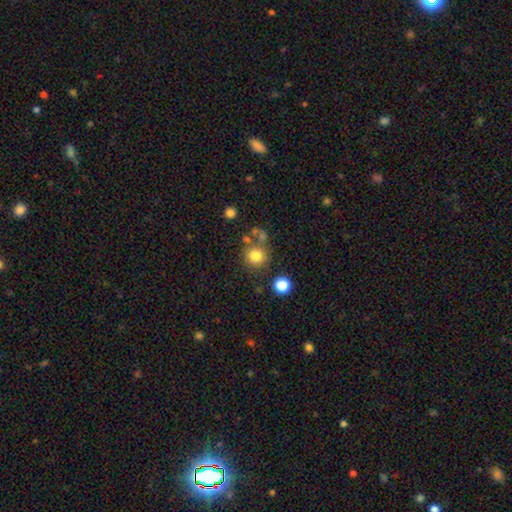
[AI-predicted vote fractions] A smooth galaxy with no disk features (79%) that is round (90%).

Vote fractions:
- Smooth or featured? smooth: 79% / star or artifact: 13% / featured or disk: 8%
- How rounded? round: 90% / in between: 9% / cigar-shaped: 1%
- Merging? none: 72% / merger: 12% / minor disturbance: 11% / major disturbance: 6%